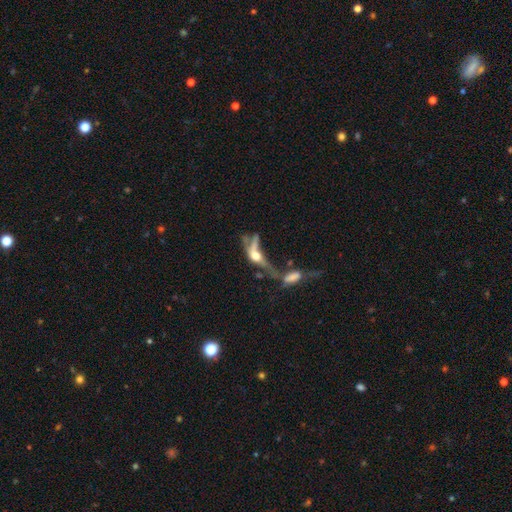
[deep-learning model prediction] featured or disk 56%, smooth 32%, star or artifact 12%. Down the decision tree: edge-on disk — no (66%); merging — merger (55%).